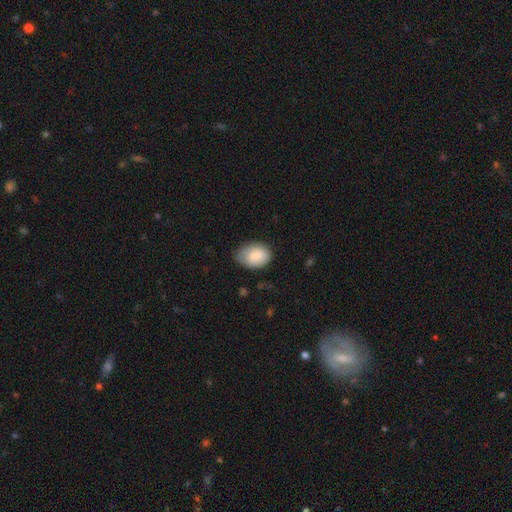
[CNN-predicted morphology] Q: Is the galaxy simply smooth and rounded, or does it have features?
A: smooth — 81%.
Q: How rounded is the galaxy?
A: in between — 77%.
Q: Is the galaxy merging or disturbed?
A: none — 66%.